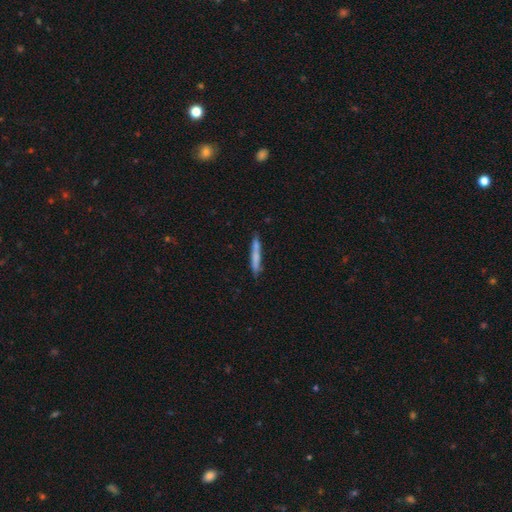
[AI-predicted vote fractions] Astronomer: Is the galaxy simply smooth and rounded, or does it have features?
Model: smooth — 69%.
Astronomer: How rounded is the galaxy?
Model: cigar-shaped — 95%.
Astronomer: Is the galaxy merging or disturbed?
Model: none — 81%.